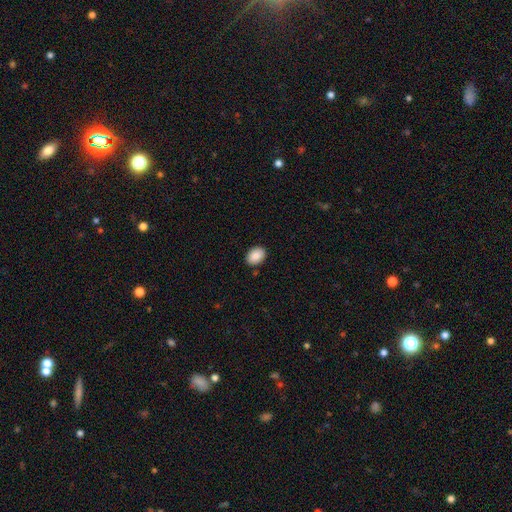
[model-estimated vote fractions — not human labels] Morphology: type=smooth (90%); roundness=in between (79%); merging=none (88%).